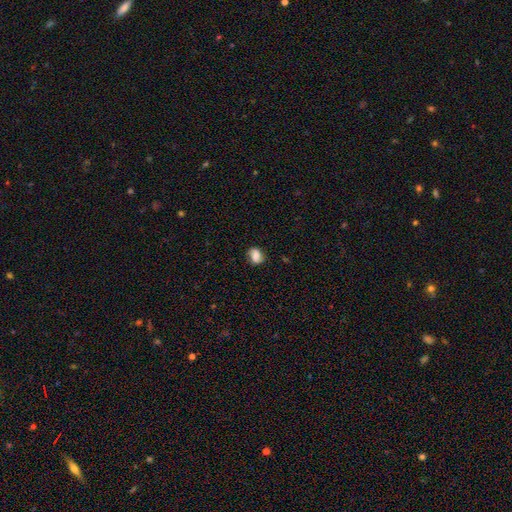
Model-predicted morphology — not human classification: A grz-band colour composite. It shows a smooth galaxy with no disk features (68%) that is in between round and cigar-shaped (60%). Merging: none (74%).